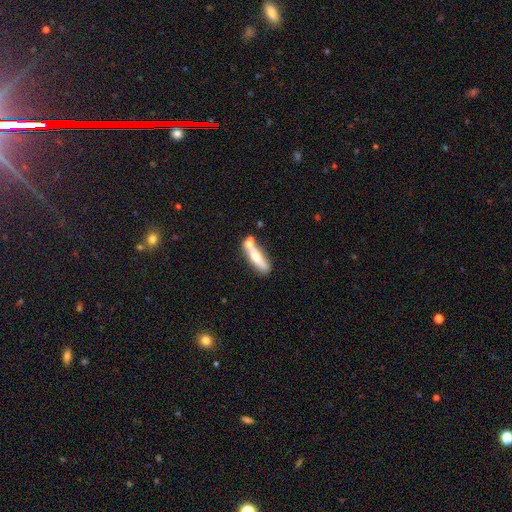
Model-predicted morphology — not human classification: Q: Smooth or featured?
A: smooth (53%); runner-up: featured or disk (40%)
Q: How rounded?
A: cigar-shaped (67%); runner-up: in between (30%)
Q: Merging?
A: none (45%); runner-up: merger (33%)